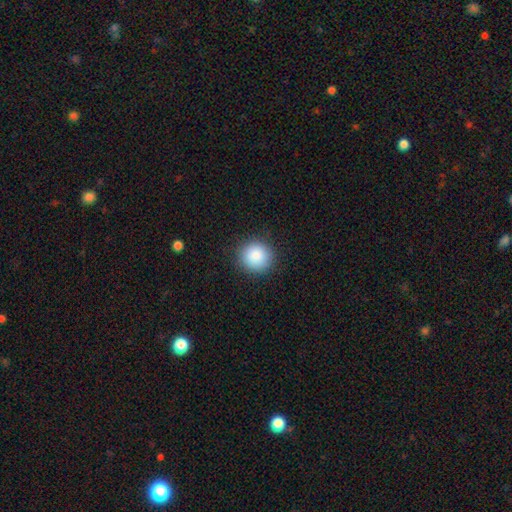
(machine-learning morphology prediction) This appears to be a smooth galaxy with no disk features (86%) that is round (90%). Merging: none (90%).